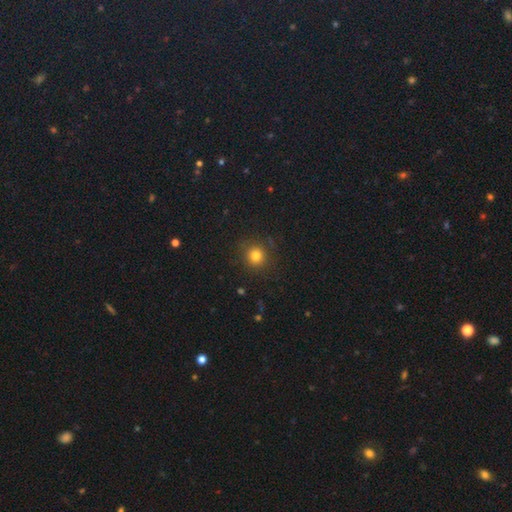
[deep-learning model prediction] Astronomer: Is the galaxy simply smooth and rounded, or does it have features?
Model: smooth — 80%.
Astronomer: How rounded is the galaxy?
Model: round — 92%.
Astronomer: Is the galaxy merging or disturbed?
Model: none — 88%.